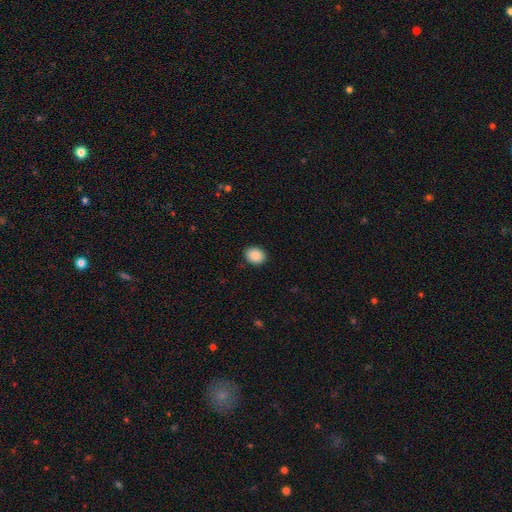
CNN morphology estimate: Q: Smooth or featured?
A: smooth (89%); runner-up: star or artifact (8%)
Q: How rounded?
A: round (51%); runner-up: in between (49%)
Q: Merging?
A: none (90%); runner-up: minor disturbance (7%)